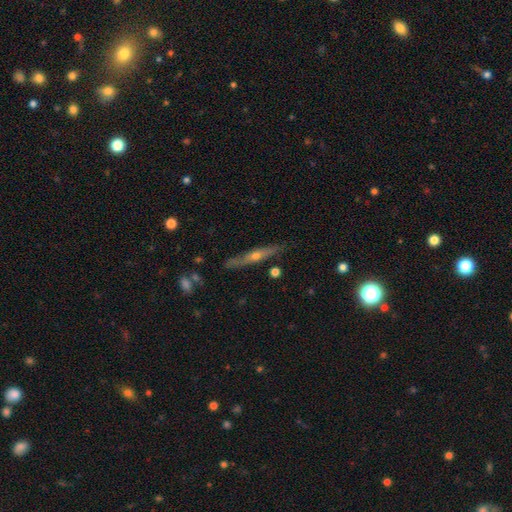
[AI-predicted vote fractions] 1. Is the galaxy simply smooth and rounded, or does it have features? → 72% featured or disk, 19% smooth, 9% star or artifact.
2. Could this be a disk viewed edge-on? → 95% yes, 5% no.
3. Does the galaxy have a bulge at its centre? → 87% rounded, 10% none, 3% boxy.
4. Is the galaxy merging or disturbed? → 85% none, 10% minor disturbance, 2% major disturbance, 2% merger.